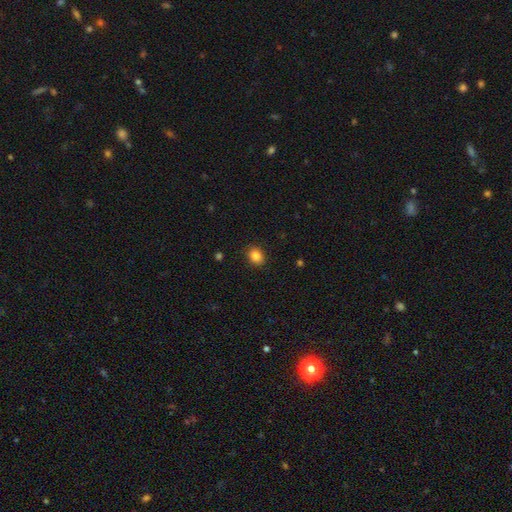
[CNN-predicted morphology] Overall: smooth (85%). How rounded: round (57%; in between 42%). Merging: none (89%).